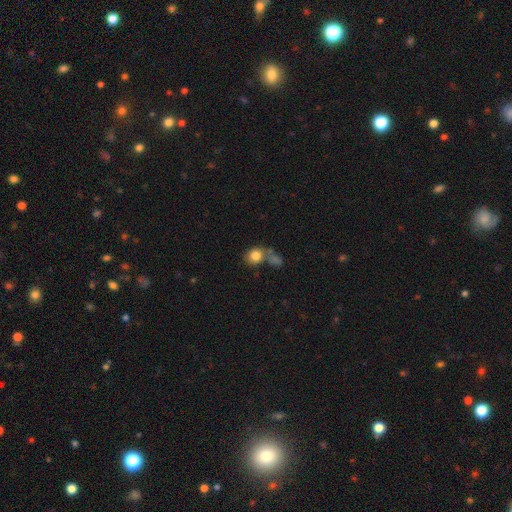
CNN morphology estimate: smooth-or-featured: smooth: 82% | star or artifact: 9% | featured or disk: 9%
  how-rounded: round: 69% | in between: 30% | cigar-shaped: 1%
  merging: none: 43% | merger: 36% | minor disturbance: 13% | major disturbance: 8%